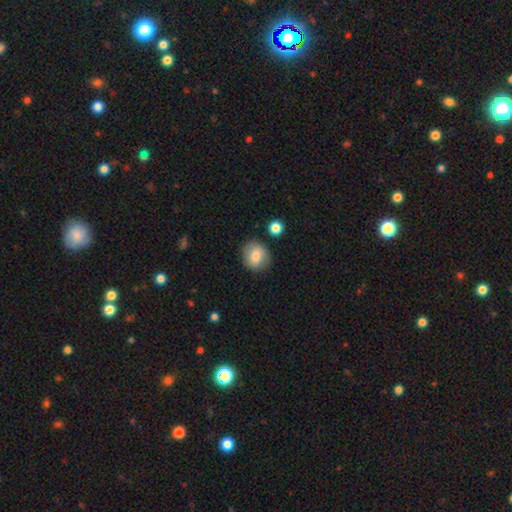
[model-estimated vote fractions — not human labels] Smooth or featured?
  - smooth: 77% *
  - featured or disk: 15%
  - star or artifact: 8%
How rounded?
  - round: 76% *
  - in between: 23%
  - cigar-shaped: 1%
Merging?
  - none: 82% *
  - minor disturbance: 12%
  - major disturbance: 3%
  - merger: 3%